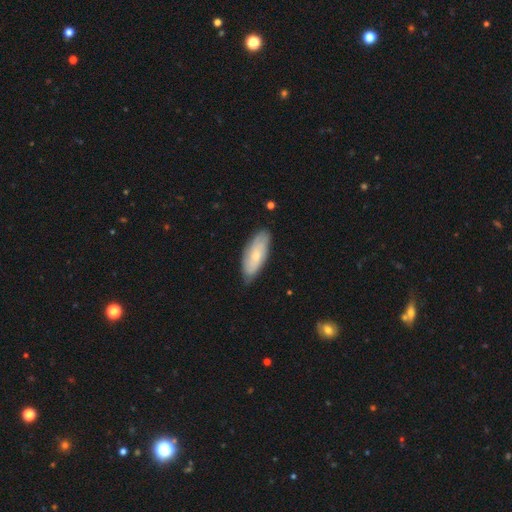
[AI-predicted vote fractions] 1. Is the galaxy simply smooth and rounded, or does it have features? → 47% smooth, 46% featured or disk, 6% star or artifact.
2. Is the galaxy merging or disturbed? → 77% none, 19% minor disturbance, 3% major disturbance, 1% merger.